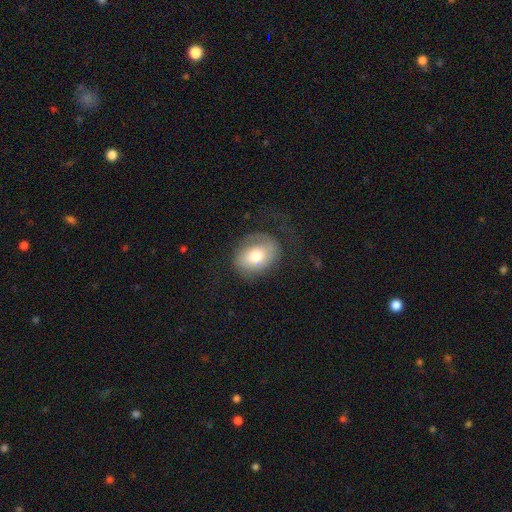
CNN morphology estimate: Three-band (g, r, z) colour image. It shows a smooth galaxy with no disk features (68%) that is in between round and cigar-shaped (64%). Merging: none (54%).